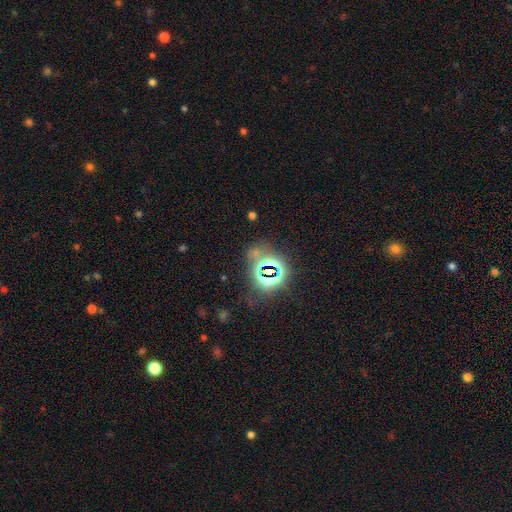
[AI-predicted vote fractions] A star or artifact, not a galaxy (71%).